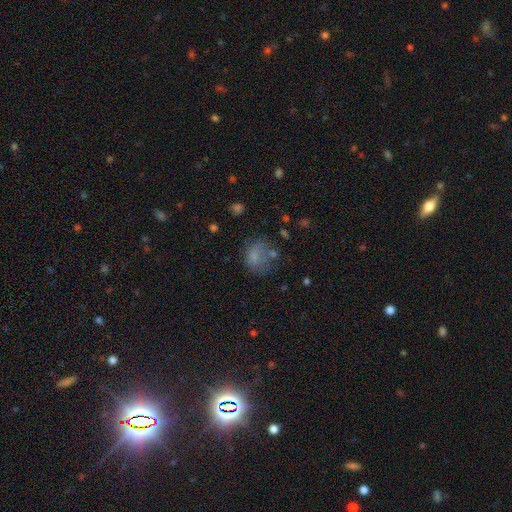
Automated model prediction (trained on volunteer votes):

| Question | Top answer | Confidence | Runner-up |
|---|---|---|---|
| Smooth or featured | smooth | 64% | featured or disk (21%) |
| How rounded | in between | 50% | round (49%) |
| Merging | none | 40% | major disturbance (27%) |